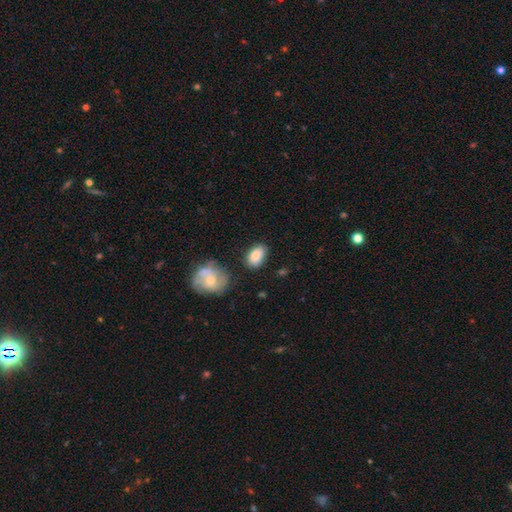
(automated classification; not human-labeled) Smooth or featured: smooth — 85% (featured or disk — 7%)
How rounded: in between — 88% (round — 10%)
Merging: none — 73% (minor disturbance — 18%)